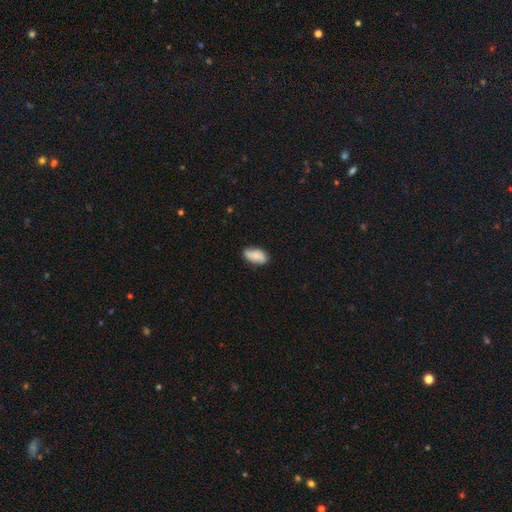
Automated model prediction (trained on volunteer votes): Smooth or featured: smooth — 75% (featured or disk — 18%)
How rounded: in between — 92% (round — 4%)
Merging: none — 75% (minor disturbance — 20%)